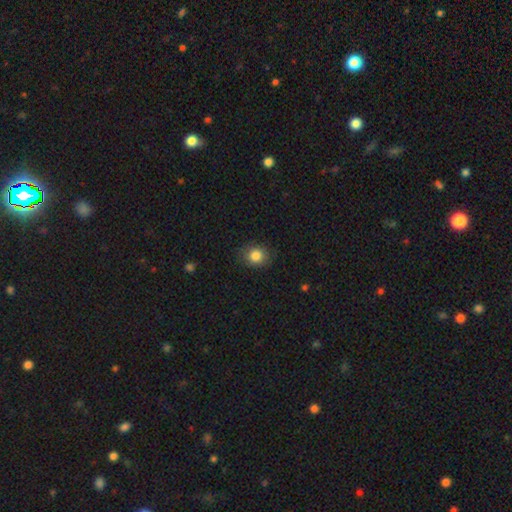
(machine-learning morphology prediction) This is clearly a smooth galaxy (84%). How rounded: likely round (66%). Merging: clearly none (84%).